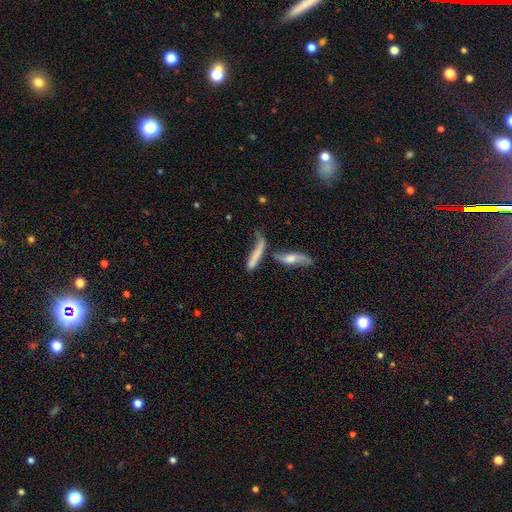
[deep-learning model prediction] A smooth galaxy with no disk features (56%) that is cigar-shaped (79%). Merging: merger (35%).